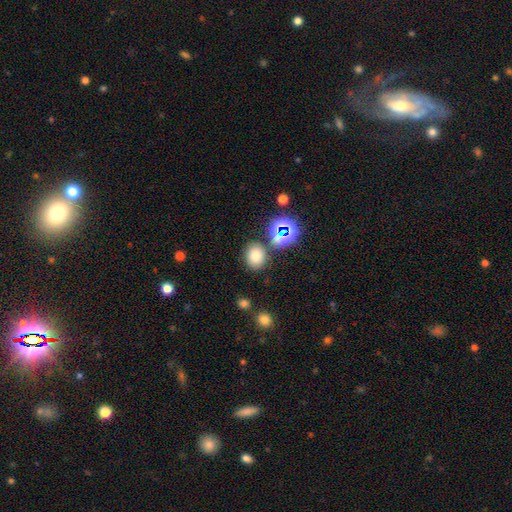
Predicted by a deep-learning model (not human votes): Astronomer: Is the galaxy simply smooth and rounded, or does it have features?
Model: smooth — 74%.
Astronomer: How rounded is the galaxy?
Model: round — 54% (runner-up: in between, 45%).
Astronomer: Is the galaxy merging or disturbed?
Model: none — 78%.